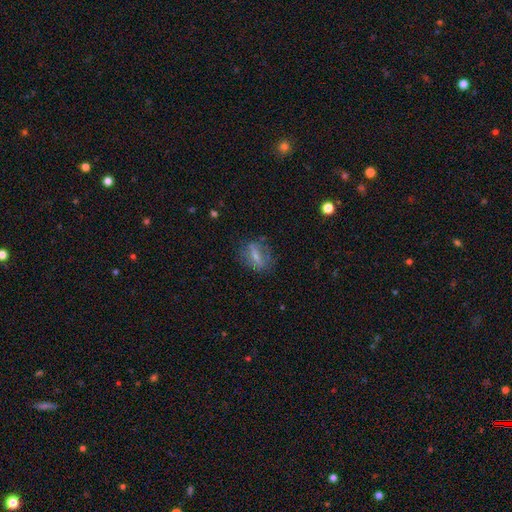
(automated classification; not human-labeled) Overall: smooth (54%; featured or disk 36%). How rounded: in between (64%). Merging: none (66%).